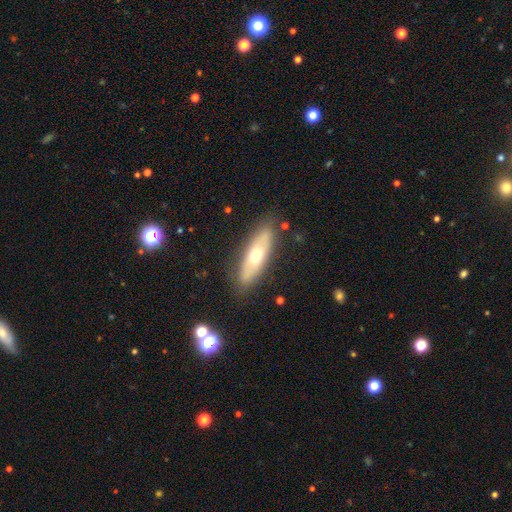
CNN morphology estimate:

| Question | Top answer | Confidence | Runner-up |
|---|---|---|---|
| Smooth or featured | smooth | 51% | featured or disk (42%) |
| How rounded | cigar-shaped | 50% | in between (48%) |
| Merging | none | 85% | minor disturbance (11%) |